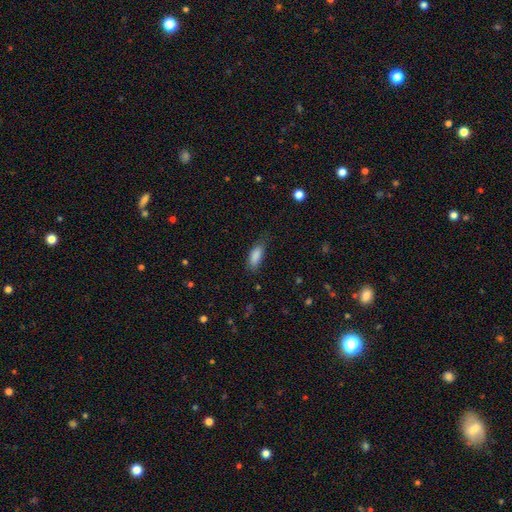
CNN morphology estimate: Q: Smooth or featured?
A: smooth (87%); runner-up: star or artifact (7%)
Q: How rounded?
A: in between (78%); runner-up: cigar-shaped (20%)
Q: Merging?
A: none (70%); runner-up: minor disturbance (22%)